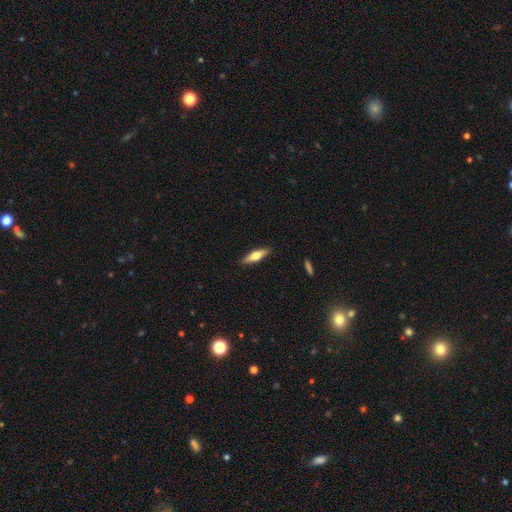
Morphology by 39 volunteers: A featured or disk galaxy (54%) viewed edge-on (95%) with a rounded central bulge (95%).

Vote fractions:
- Smooth or featured? featured or disk: 54% / smooth: 44% / star or artifact: 3%
- Edge-on disk? yes: 95% / no: 5%
- Edge-on bulge? rounded: 95% / none: 5% / boxy: 0%
- Merging? none: 87% / minor disturbance: 13% / major disturbance: 0% / merger: 0%